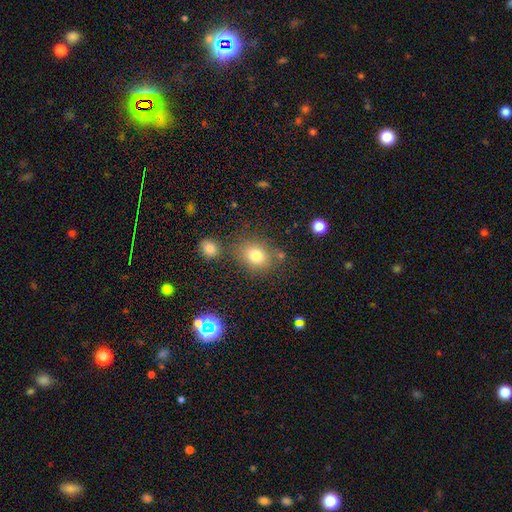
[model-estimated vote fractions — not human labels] Smooth or featured?
  - smooth: 77% *
  - star or artifact: 13%
  - featured or disk: 9%
How rounded?
  - round: 54% *
  - in between: 45%
  - cigar-shaped: 1%
Merging?
  - none: 73% *
  - minor disturbance: 13%
  - merger: 9%
  - major disturbance: 5%